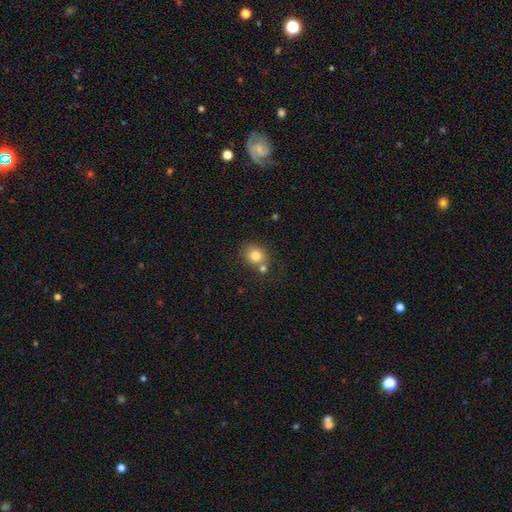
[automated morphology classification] The model was most divided on "how rounded": round: 69%, in between: 30%, cigar-shaped: 1%. More confident: smooth or featured — smooth (80%); merging — none (63%).